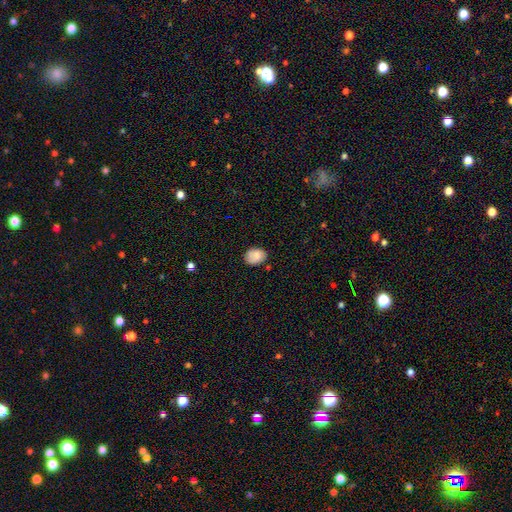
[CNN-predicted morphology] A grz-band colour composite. It shows a smooth galaxy with no disk features (80%) that is in between round and cigar-shaped (65%). Merging: none (76%).